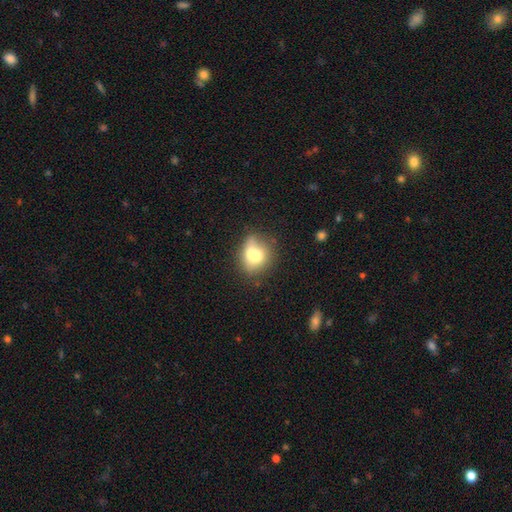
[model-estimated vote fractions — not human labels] Smooth or featured? smooth (64%)
How rounded? round (61%)
Merging? merger (41%)